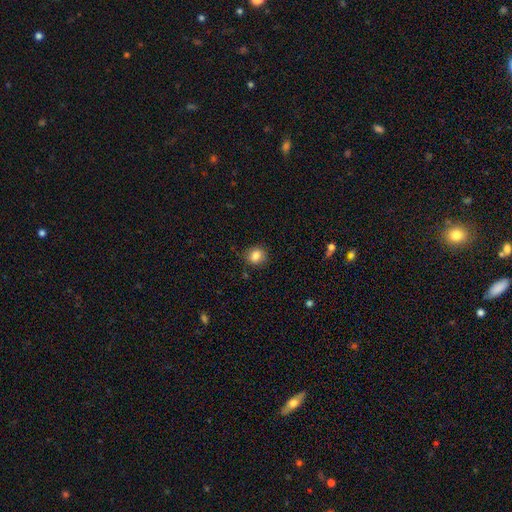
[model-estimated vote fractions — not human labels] Morphology: type=smooth (83%); roundness=round (61%); merging=none (83%).